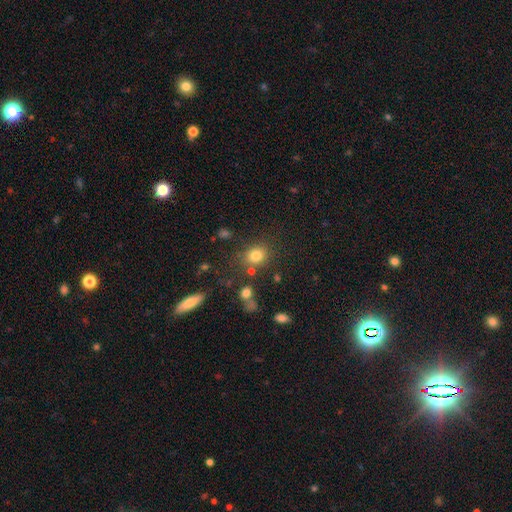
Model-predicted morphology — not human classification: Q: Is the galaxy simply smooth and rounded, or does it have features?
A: smooth — 79%.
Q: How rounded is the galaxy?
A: round — 65%.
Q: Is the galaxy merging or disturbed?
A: none — 75%.